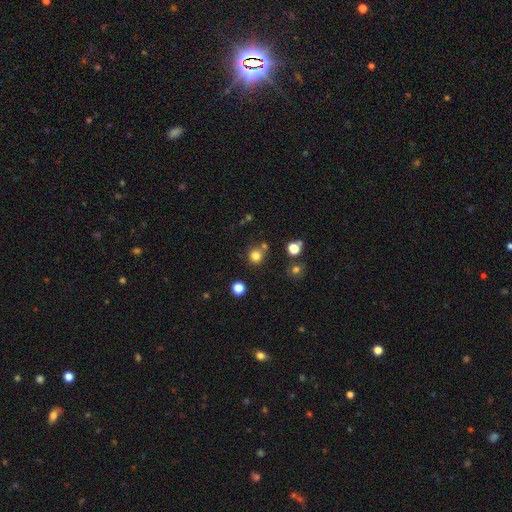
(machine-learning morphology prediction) Overall: smooth (79%). How rounded: round (90%). Merging: none (73%).